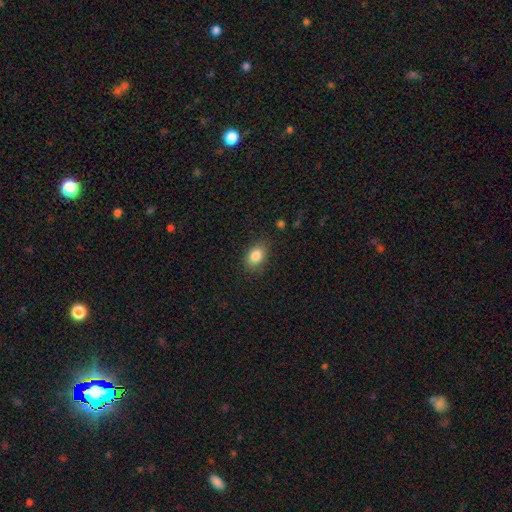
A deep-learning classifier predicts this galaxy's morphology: type=smooth (84%); roundness=in between (79%); merging=none (82%).